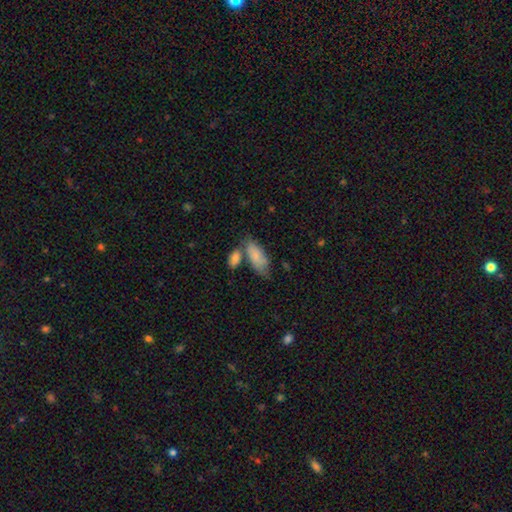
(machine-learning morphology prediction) This appears to be a smooth galaxy with no disk features (79%) that is in between round and cigar-shaped (85%). Merging: none (46%).